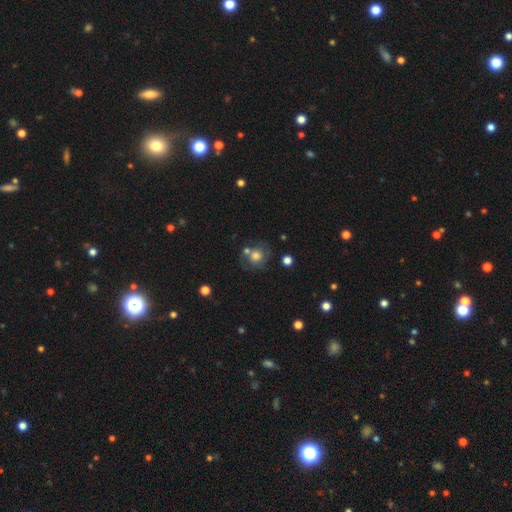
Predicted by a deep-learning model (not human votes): The model was most divided on "smooth or featured": smooth: 52%, featured or disk: 36%, star or artifact: 12%. More confident: how rounded — round (80%); merging — none (56%).